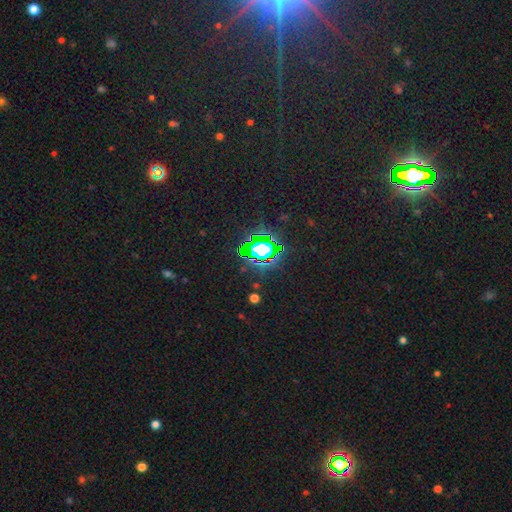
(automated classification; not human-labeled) Q: Smooth or featured?
A: star or artifact (76%); runner-up: smooth (14%)